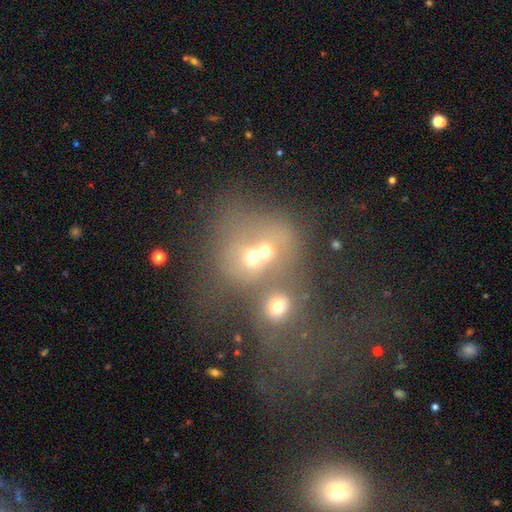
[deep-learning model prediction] smooth 54%, featured or disk 25%, star or artifact 21%. Down the decision tree: how rounded — round (70%); merging — merger (67%).